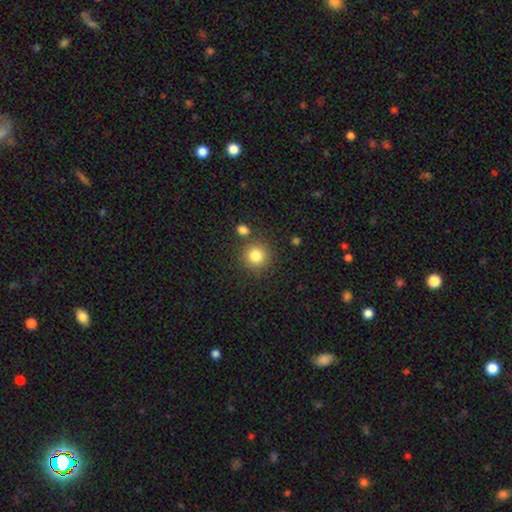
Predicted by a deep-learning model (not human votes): smooth-or-featured: smooth: 82% | star or artifact: 12% | featured or disk: 7%
  how-rounded: round: 92% | in between: 7% | cigar-shaped: 1%
  merging: none: 81% | minor disturbance: 8% | merger: 8% | major disturbance: 3%